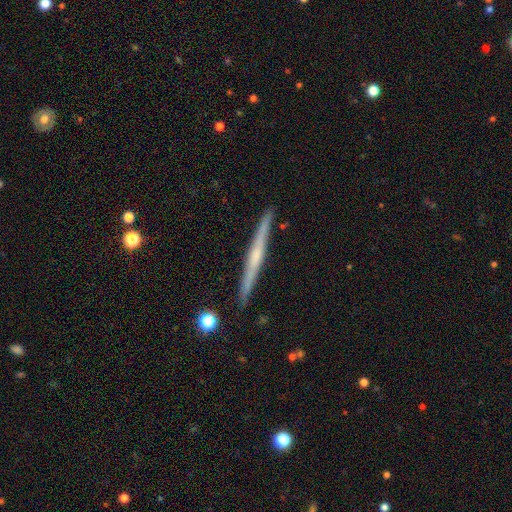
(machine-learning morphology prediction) Overall: featured or disk (68%). Edge-on disk: yes (98%). Edge-on bulge: none (50%; rounded 41%). Merging: none (91%).